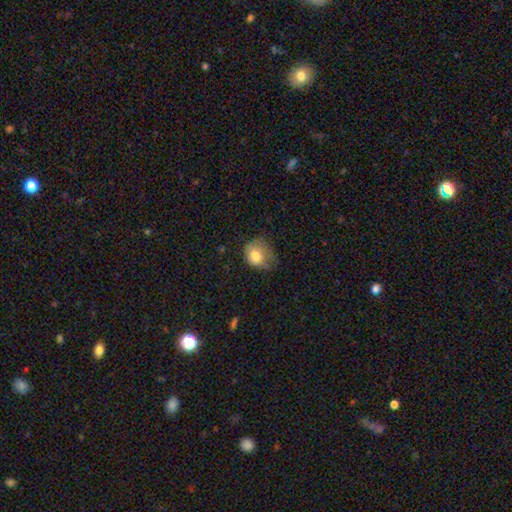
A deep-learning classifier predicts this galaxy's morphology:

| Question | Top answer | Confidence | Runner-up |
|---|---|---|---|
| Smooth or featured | smooth | 78% | featured or disk (12%) |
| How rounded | round | 65% | in between (34%) |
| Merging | none | 43% | minor disturbance (37%) |